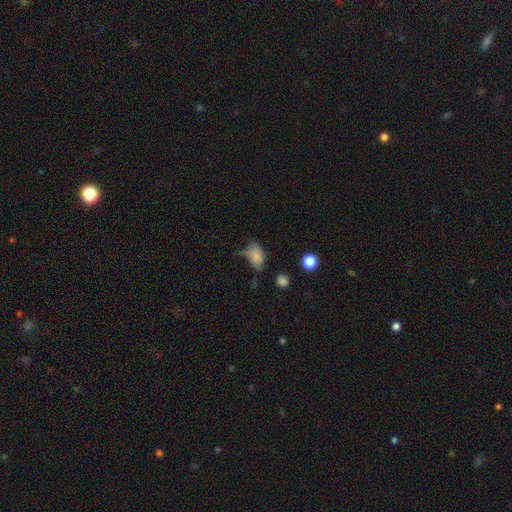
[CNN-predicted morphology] Smooth or featured? smooth (76%)
How rounded? in between (88%)
Merging? minor disturbance (37%)